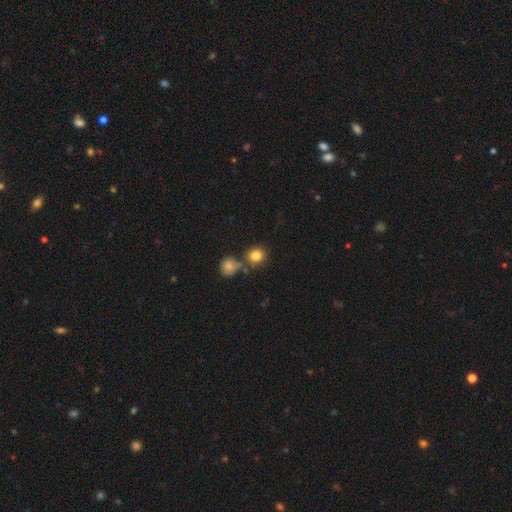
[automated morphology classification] This appears to be a smooth galaxy with no disk features (84%) that is round (82%). Merging: none (64%).